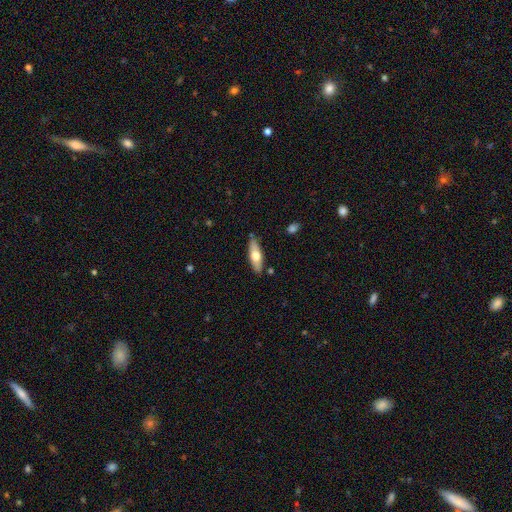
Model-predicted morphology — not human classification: smooth_or_featured: smooth (p=0.56) [alt: featured or disk p=0.38]
how_rounded: in between (p=0.50) [alt: cigar-shaped p=0.48]
merging: none (p=0.84) [alt: minor disturbance p=0.12]